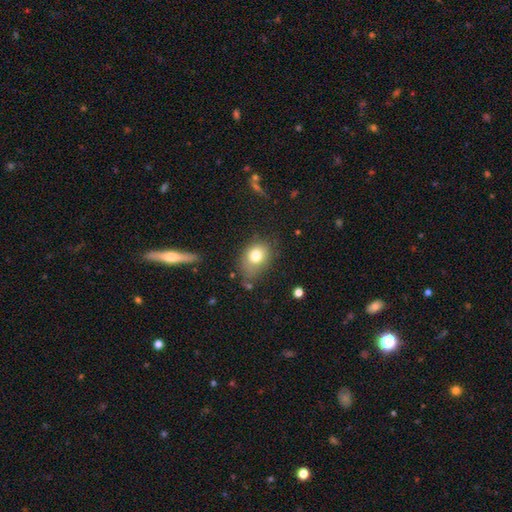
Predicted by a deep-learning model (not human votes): Overall: smooth (77%). How rounded: in between (61%; round 38%). Merging: none (58%; minor disturbance 27%).